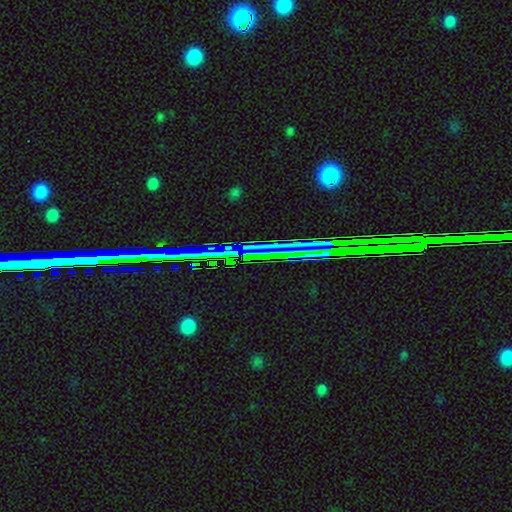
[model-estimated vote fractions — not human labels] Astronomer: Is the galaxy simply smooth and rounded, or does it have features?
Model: star or artifact — 78%.